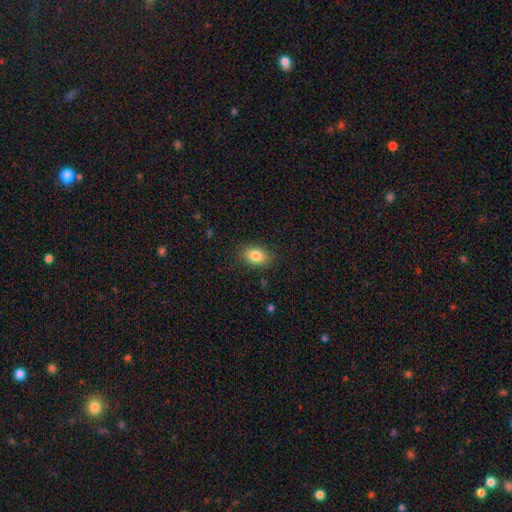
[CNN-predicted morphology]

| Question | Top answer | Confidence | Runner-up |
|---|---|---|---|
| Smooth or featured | smooth | 84% | star or artifact (8%) |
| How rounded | in between | 85% | round (13%) |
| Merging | none | 85% | minor disturbance (11%) |